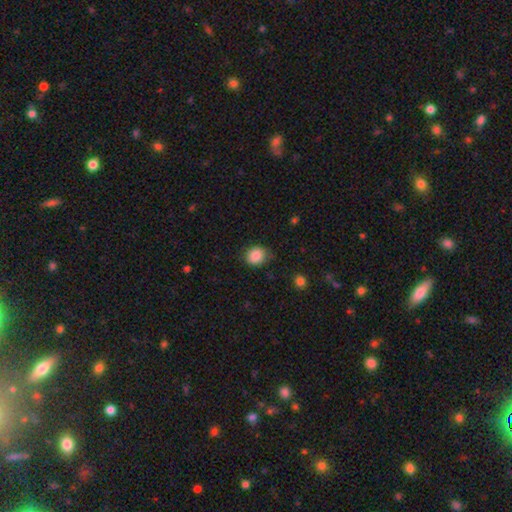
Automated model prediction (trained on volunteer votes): This is clearly a smooth galaxy (86%). How rounded: likely round (75%). Merging: likely none (76%).